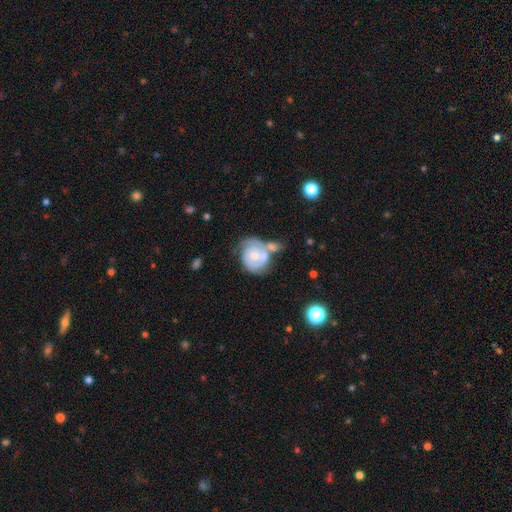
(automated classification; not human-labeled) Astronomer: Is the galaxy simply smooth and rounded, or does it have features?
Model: featured or disk — 64%.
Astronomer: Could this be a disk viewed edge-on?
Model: no — 97%.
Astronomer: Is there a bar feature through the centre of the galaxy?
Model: no — 76%.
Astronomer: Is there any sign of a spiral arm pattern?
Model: yes — 77%.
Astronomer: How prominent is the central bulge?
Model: moderate — 48% (runner-up: small, 46%).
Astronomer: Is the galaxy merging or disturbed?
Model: merger — 38% (runner-up: none, 31%).